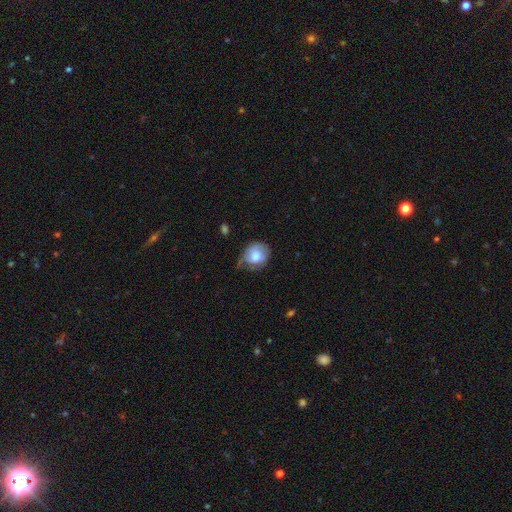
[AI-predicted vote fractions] Q: Smooth or featured?
A: smooth (70%); runner-up: featured or disk (22%)
Q: How rounded?
A: round (64%); runner-up: in between (35%)
Q: Merging?
A: none (42%); runner-up: minor disturbance (39%)